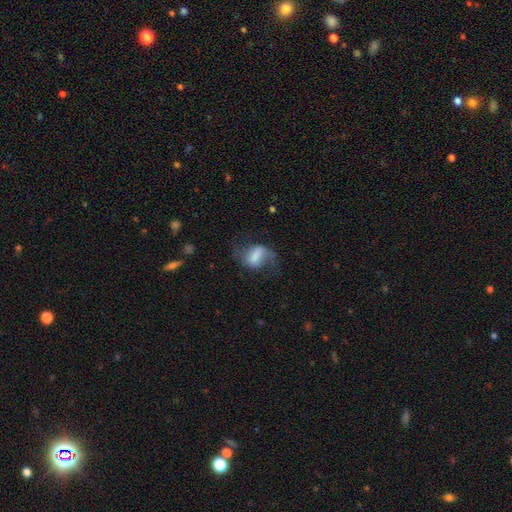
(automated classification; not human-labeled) Q: Smooth or featured?
A: featured or disk (54%); runner-up: smooth (37%)
Q: Edge-on disk?
A: no (96%); runner-up: yes (4%)
Q: Bar?
A: strong (45%); runner-up: weak (36%)
Q: Spiral arms?
A: yes (80%); runner-up: no (20%)
Q: Bulge size?
A: none (38%); runner-up: large (22%)
Q: Merging?
A: none (50%); runner-up: major disturbance (27%)